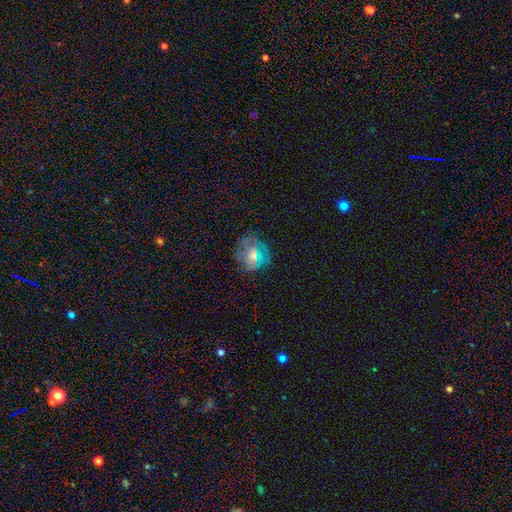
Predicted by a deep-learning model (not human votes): A smooth galaxy with no disk features (44%).

Vote fractions:
- Smooth or featured? smooth: 44% / featured or disk: 41% / star or artifact: 15%
- Merging? none: 66% / minor disturbance: 20% / major disturbance: 12% / merger: 2%